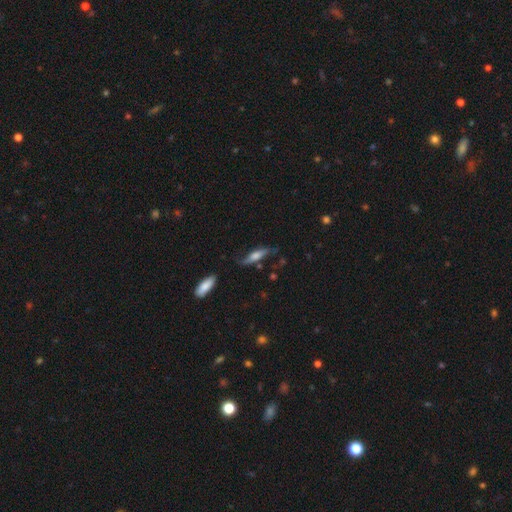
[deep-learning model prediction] featured or disk 50%, smooth 43%, star or artifact 7%. Down the decision tree: merging — none (61%).